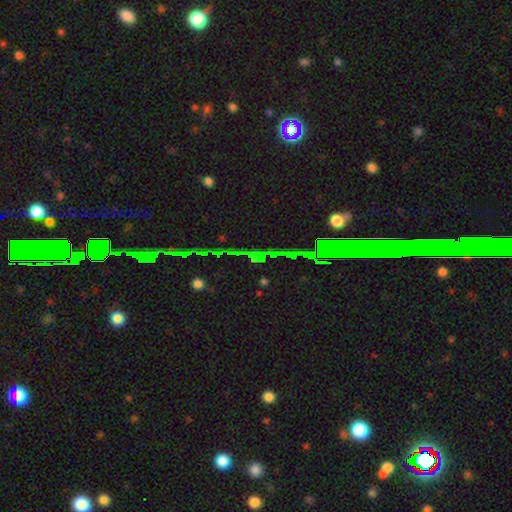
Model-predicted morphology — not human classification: This appears to be a star or artifact, not a galaxy (73%).